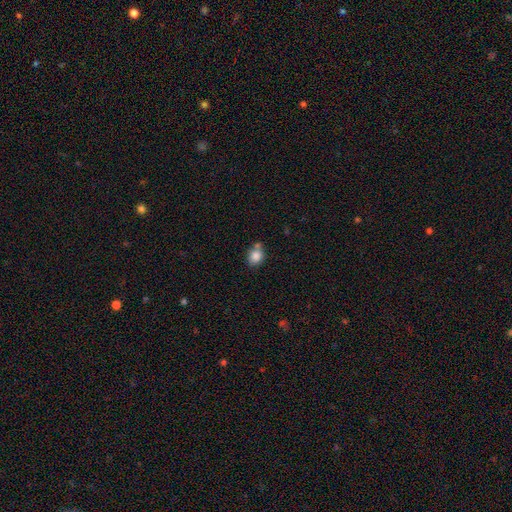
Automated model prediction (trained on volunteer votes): The model was most divided on "how rounded": round: 65%, in between: 34%, cigar-shaped: 1%. More confident: smooth or featured — smooth (84%); merging — none (58%).